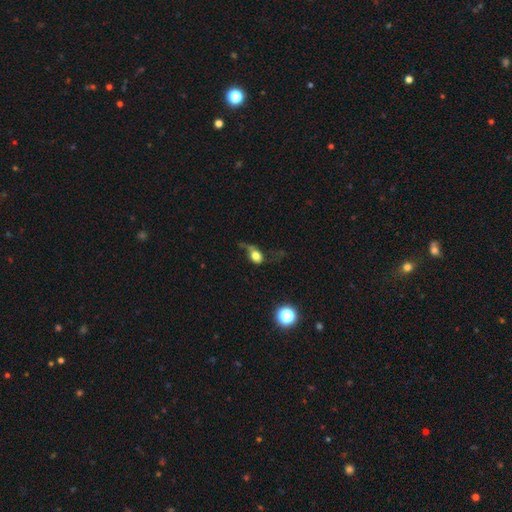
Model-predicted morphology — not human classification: A smooth galaxy with no disk features (66%) that is in between round and cigar-shaped (61%).

Vote fractions:
- Smooth or featured? smooth: 66% / featured or disk: 22% / star or artifact: 12%
- How rounded? in between: 61% / round: 35% / cigar-shaped: 3%
- Merging? major disturbance: 50% / none: 23% / minor disturbance: 22% / merger: 5%